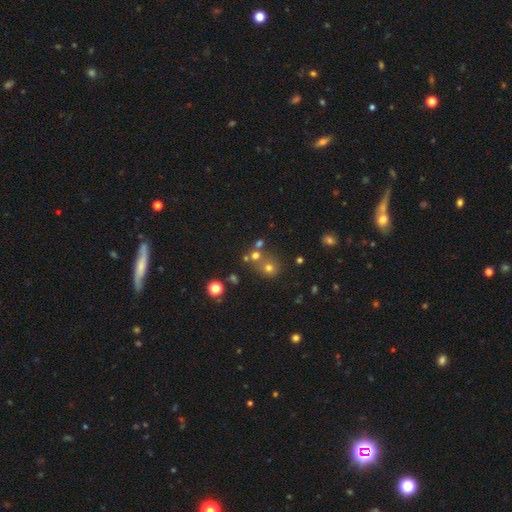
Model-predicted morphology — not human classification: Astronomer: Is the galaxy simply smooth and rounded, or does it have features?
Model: smooth — 62%.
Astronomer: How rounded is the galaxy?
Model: round — 83%.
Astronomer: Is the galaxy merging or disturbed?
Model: none — 53% (runner-up: merger, 34%).